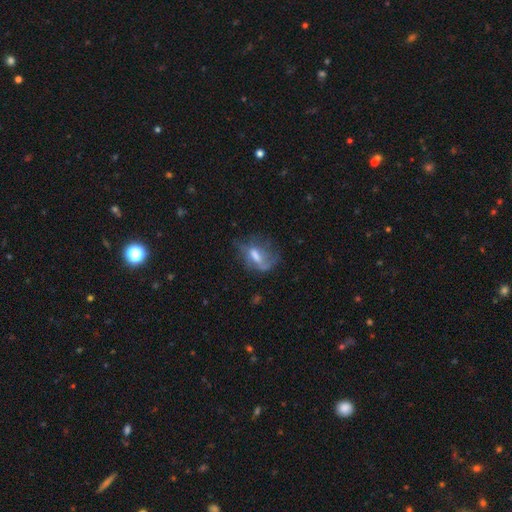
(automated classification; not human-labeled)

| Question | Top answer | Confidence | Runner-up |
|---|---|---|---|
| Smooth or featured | featured or disk | 51% | smooth (38%) |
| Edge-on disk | no | 91% | yes (9%) |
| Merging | none | 42% | major disturbance (30%) |